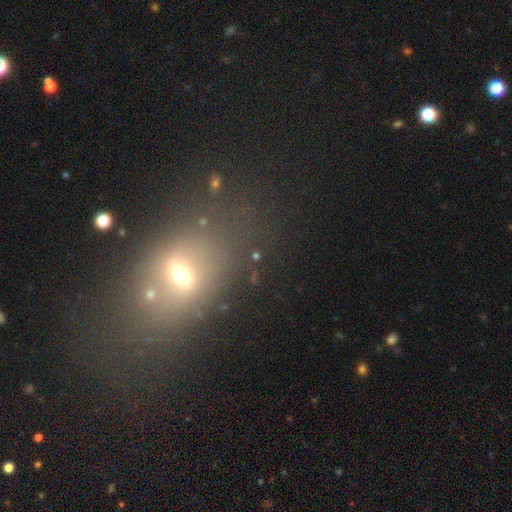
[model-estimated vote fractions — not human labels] The model was most divided on "smooth or featured": smooth: 45%, star or artifact: 33%, featured or disk: 22%. More confident: merging — none (63%).